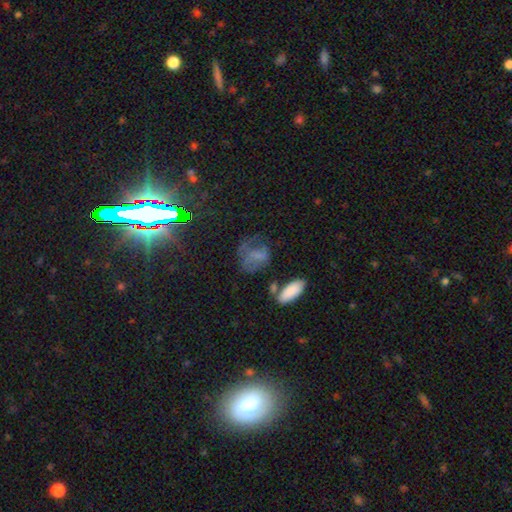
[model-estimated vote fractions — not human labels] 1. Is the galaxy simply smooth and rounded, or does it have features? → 50% smooth, 29% featured or disk, 21% star or artifact.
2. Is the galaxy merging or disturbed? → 39% none, 31% major disturbance, 23% minor disturbance, 6% merger.